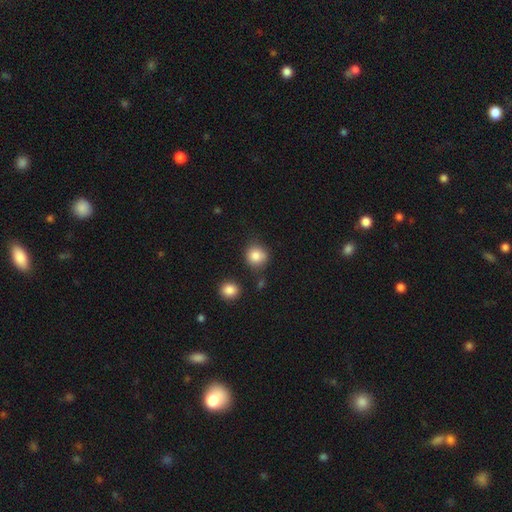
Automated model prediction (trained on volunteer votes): Overall: smooth (85%). How rounded: round (86%). Merging: none (76%).